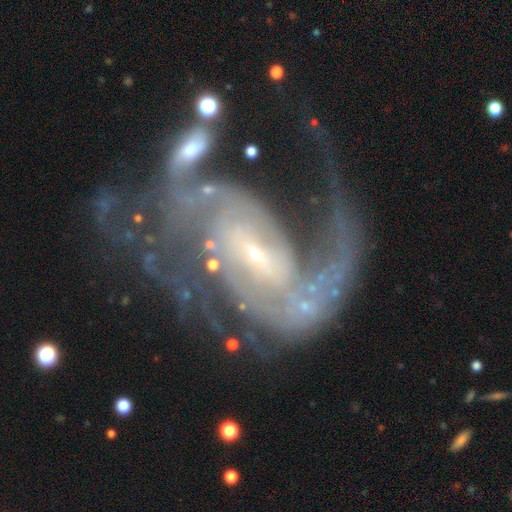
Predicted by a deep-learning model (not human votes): Q: Smooth or featured?
A: featured or disk (89%); runner-up: star or artifact (6%)
Q: Edge-on disk?
A: no (97%); runner-up: yes (3%)
Q: Bar?
A: weak (45%); runner-up: no (29%)
Q: Spiral arms?
A: yes (94%); runner-up: no (6%)
Q: Spiral winding?
A: medium (44%); runner-up: loose (30%)
Q: Spiral arm count?
A: 2 (49%); runner-up: 1 (20%)
Q: Bulge size?
A: small (75%); runner-up: moderate (17%)
Q: Merging?
A: major disturbance (39%); runner-up: none (32%)